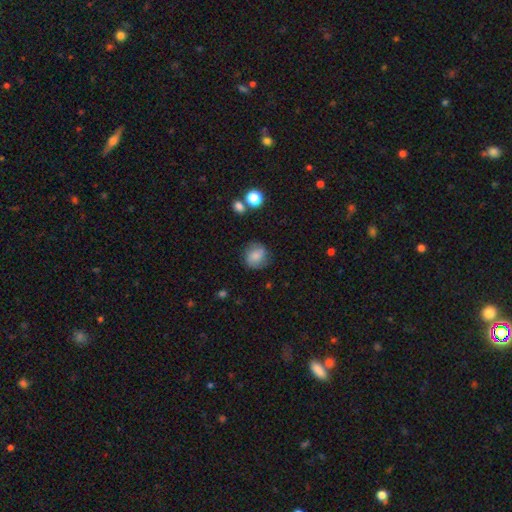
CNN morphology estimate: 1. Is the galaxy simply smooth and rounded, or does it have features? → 73% smooth, 18% featured or disk, 9% star or artifact.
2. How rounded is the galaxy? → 77% round, 21% in between, 1% cigar-shaped.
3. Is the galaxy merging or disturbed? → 75% none, 17% minor disturbance, 6% major disturbance, 2% merger.